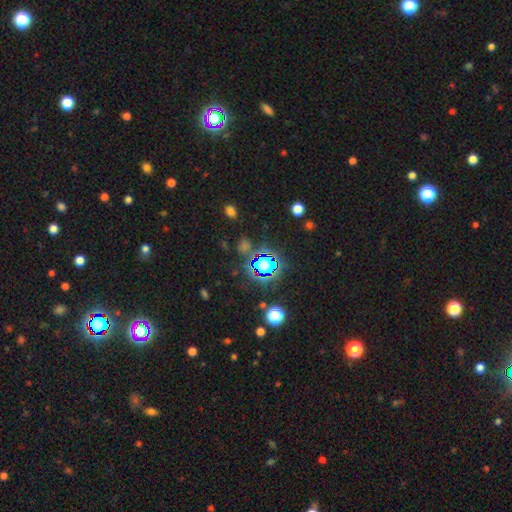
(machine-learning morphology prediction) Smooth or featured: star or artifact — 79% (smooth — 13%)